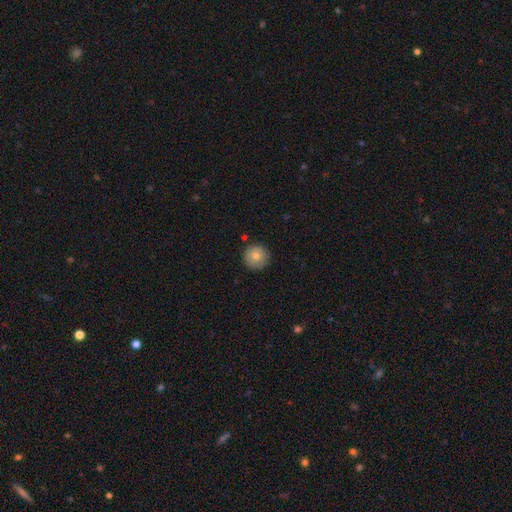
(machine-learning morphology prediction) type=smooth (76%); roundness=round (96%); merging=none (88%).